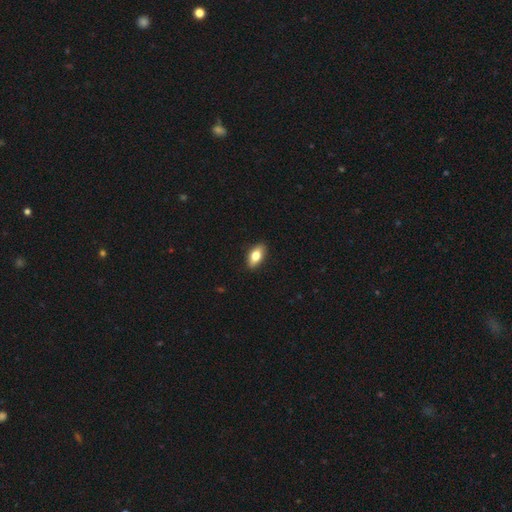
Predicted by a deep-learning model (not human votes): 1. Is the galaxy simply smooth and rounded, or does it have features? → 76% smooth, 18% featured or disk, 7% star or artifact.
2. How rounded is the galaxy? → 86% in between, 9% cigar-shaped, 5% round.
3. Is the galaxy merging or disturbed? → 89% none, 8% minor disturbance, 2% major disturbance, 1% merger.